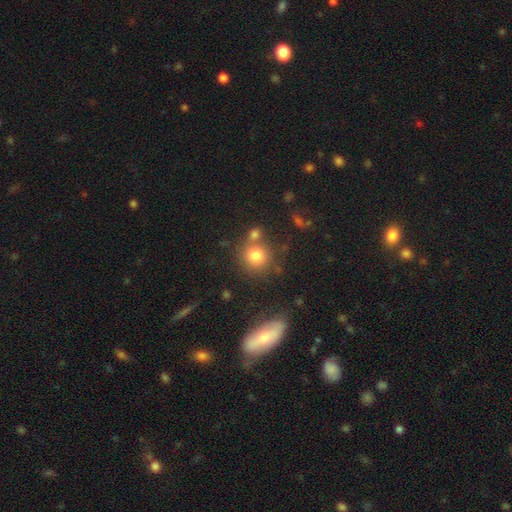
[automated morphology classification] This is likely a smooth galaxy (79%). How rounded: clearly round (89%). Merging: likely none (64%).